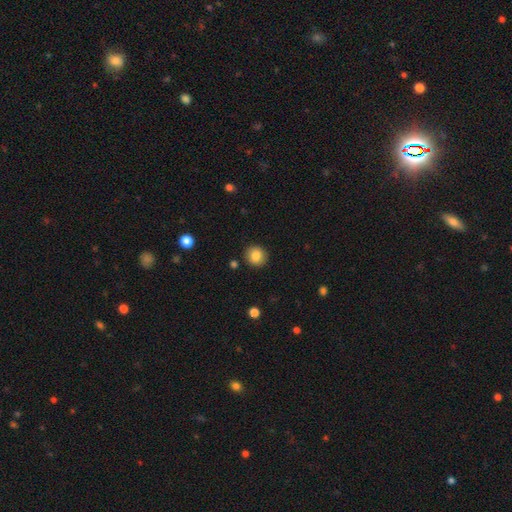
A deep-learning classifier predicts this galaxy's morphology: A smooth galaxy with no disk features (86%) that is round (88%). Merging: none (90%).